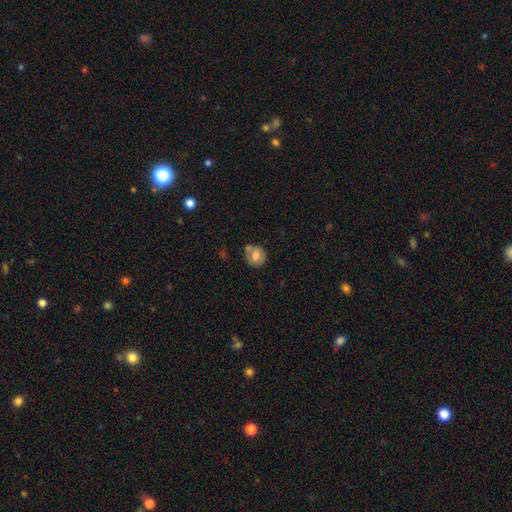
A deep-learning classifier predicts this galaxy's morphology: smooth-or-featured: smooth: 71% | featured or disk: 21% | star or artifact: 9%
  how-rounded: round: 83% | in between: 16% | cigar-shaped: 1%
  merging: none: 64% | minor disturbance: 18% | merger: 14% | major disturbance: 4%